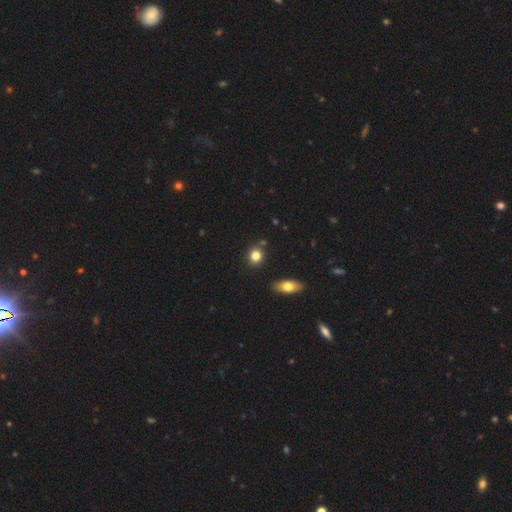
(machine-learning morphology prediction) smooth 82%, star or artifact 10%, featured or disk 7%. Down the decision tree: how rounded — round (78%); merging — none (81%).